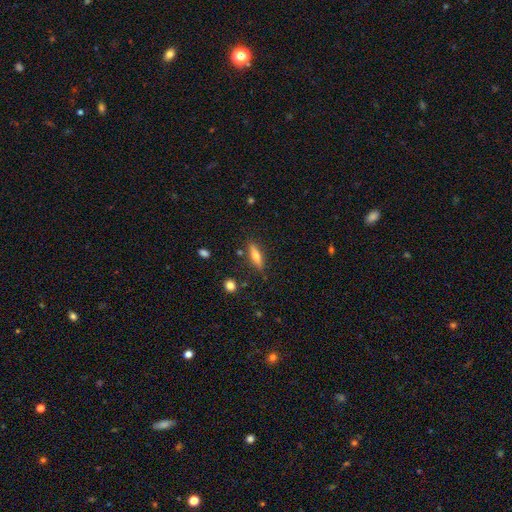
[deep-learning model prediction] smooth-or-featured: smooth: 54% | featured or disk: 38% | star or artifact: 7%
  how-rounded: cigar-shaped: 64% | in between: 33% | round: 3%
  merging: none: 84% | minor disturbance: 11% | merger: 3% | major disturbance: 3%